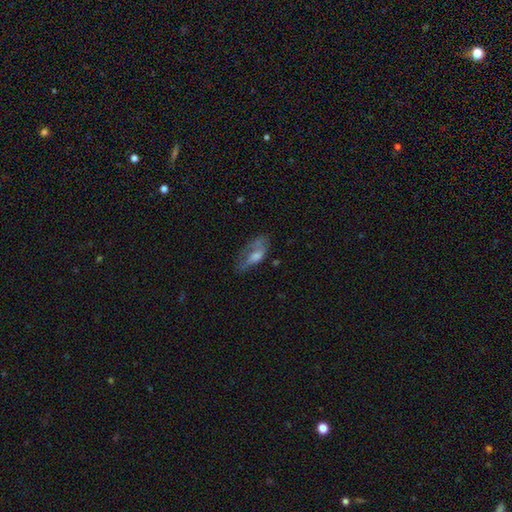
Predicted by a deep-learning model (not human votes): Smooth or featured: smooth — 45% (featured or disk — 44%)
Merging: none — 41% (major disturbance — 28%)